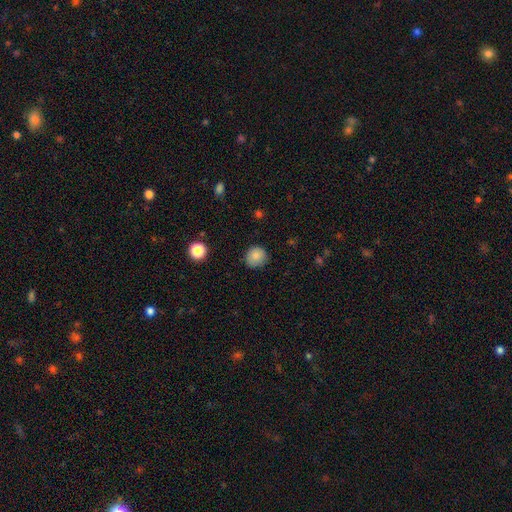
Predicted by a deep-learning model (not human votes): The model was most divided on "merging": none: 83%, minor disturbance: 13%, major disturbance: 3%, merger: 1%. More confident: how rounded — round (89%); smooth or featured — smooth (85%).